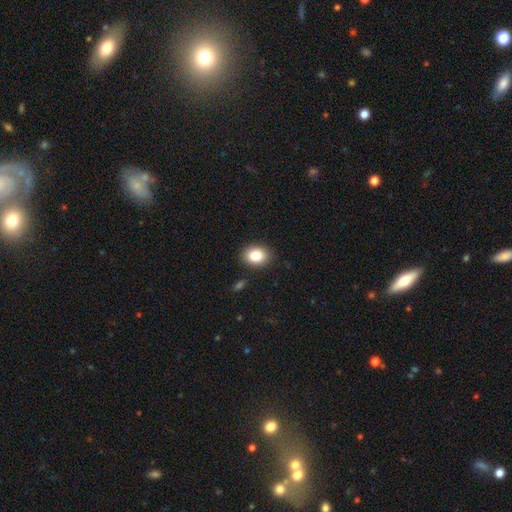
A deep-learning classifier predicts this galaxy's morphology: smooth 84%, star or artifact 9%, featured or disk 7%. Down the decision tree: how rounded — in between (58%); merging — none (88%).